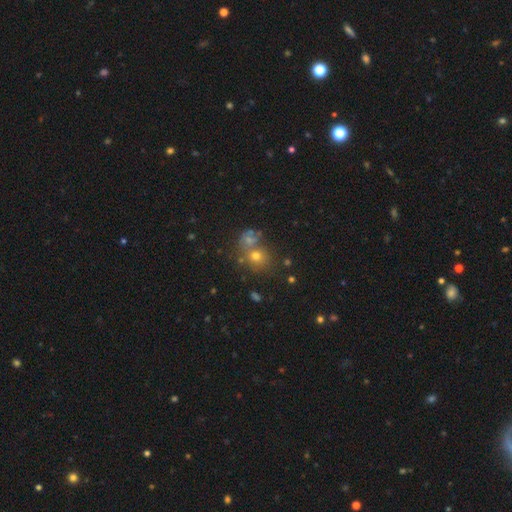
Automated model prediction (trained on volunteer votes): Smooth or featured?
  - smooth: 56% *
  - star or artifact: 28%
  - featured or disk: 16%
How rounded?
  - round: 80% *
  - in between: 19%
  - cigar-shaped: 1%
Merging?
  - none: 52% *
  - merger: 35%
  - minor disturbance: 9%
  - major disturbance: 4%